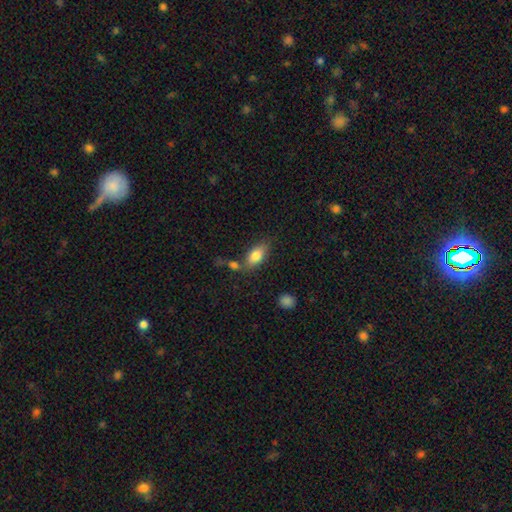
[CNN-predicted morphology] The model was most divided on "merging": none: 64%, minor disturbance: 16%, merger: 15%, major disturbance: 5%. More confident: how rounded — in between (87%); smooth or featured — smooth (79%).